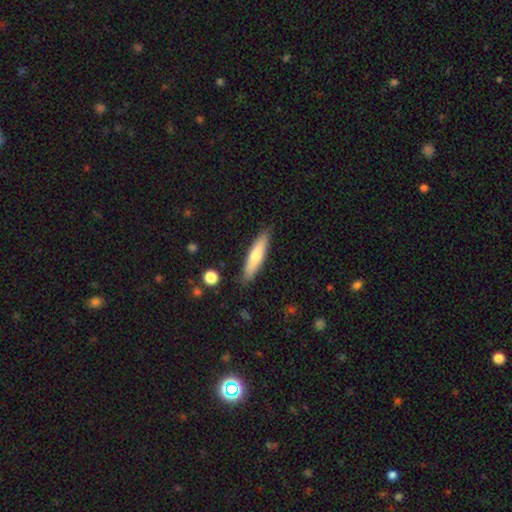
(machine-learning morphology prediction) smooth-or-featured: smooth: 63% | featured or disk: 31% | star or artifact: 6%
  how-rounded: cigar-shaped: 82% | in between: 17% | round: 2%
  merging: none: 88% | minor disturbance: 9% | major disturbance: 2% | merger: 1%